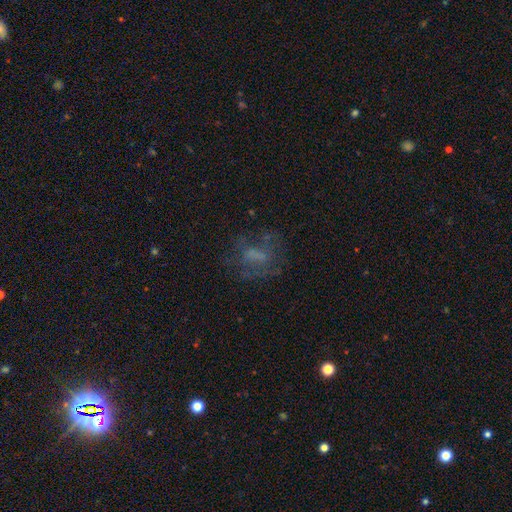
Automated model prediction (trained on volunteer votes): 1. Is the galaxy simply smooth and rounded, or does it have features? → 43% featured or disk, 37% smooth, 20% star or artifact.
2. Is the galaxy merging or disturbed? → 56% none, 24% major disturbance, 17% minor disturbance, 3% merger.